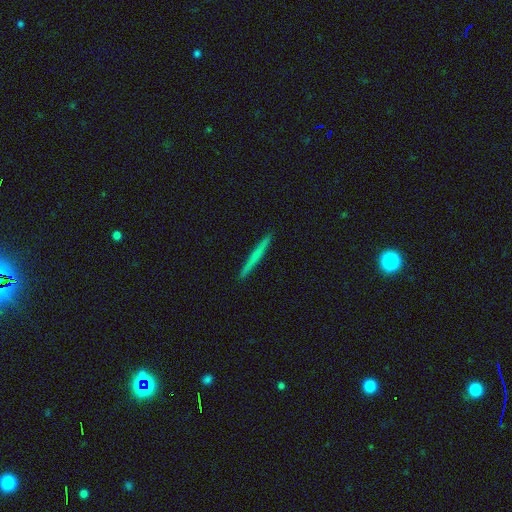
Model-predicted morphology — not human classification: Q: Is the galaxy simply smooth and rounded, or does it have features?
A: smooth — 58%.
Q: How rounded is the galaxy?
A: cigar-shaped — 97%.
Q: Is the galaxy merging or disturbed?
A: none — 93%.